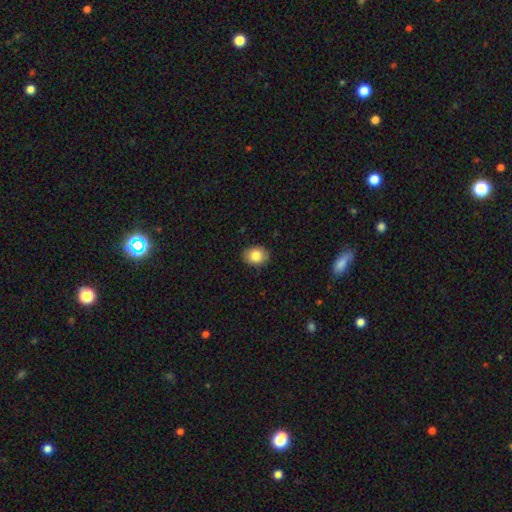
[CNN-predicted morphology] Smooth or featured? Predicted: smooth (p=0.84). How rounded? Predicted: in between (p=0.55). Merging? Predicted: none (p=0.88).